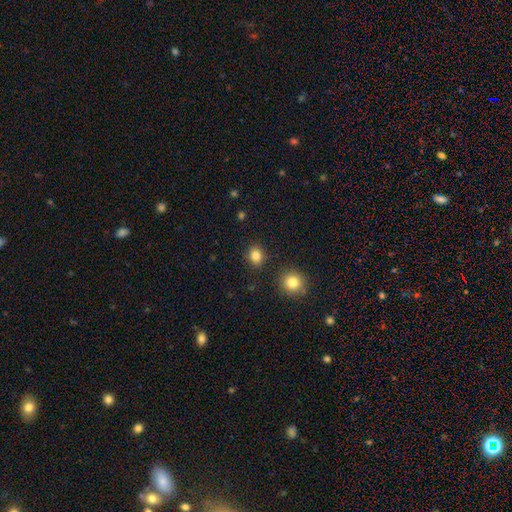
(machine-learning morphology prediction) type=smooth (84%); roundness=round (65%); merging=none (86%).